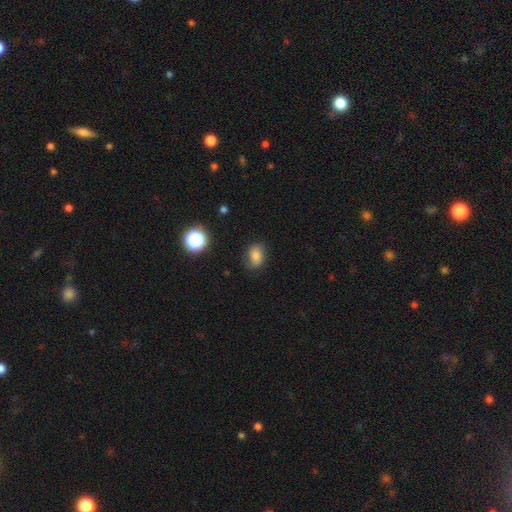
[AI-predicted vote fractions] smooth 78%, star or artifact 12%, featured or disk 10%. Down the decision tree: how rounded — in between (72%); merging — none (75%).